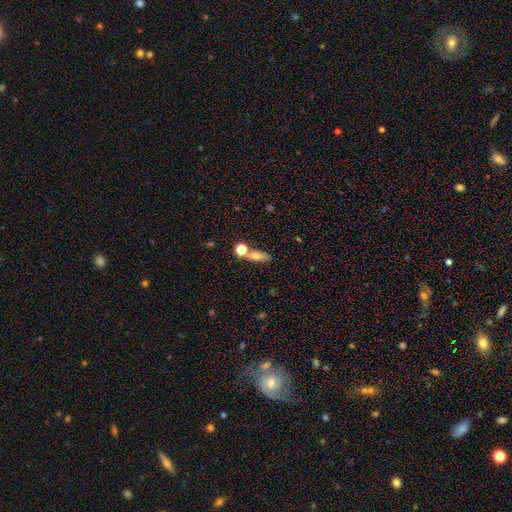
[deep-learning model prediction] smooth_or_featured: smooth (p=0.70) [alt: featured or disk p=0.18]
how_rounded: in between (p=0.53) [alt: cigar-shaped p=0.32]
merging: none (p=0.60) [alt: merger p=0.23]